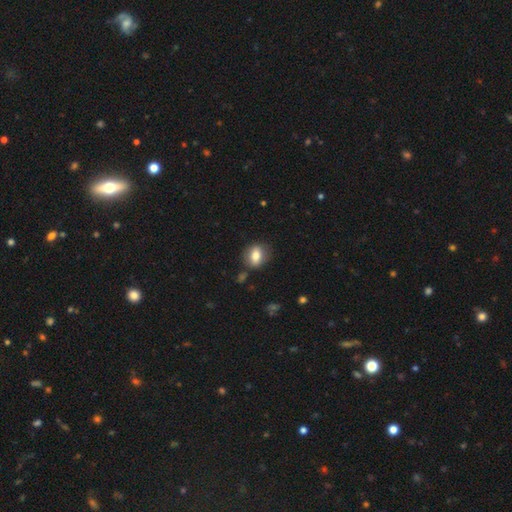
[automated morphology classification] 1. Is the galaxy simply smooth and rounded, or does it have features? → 78% smooth, 14% featured or disk, 8% star or artifact.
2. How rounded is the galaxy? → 62% in between, 36% round, 2% cigar-shaped.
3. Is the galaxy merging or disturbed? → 77% none, 15% minor disturbance, 4% major disturbance, 3% merger.